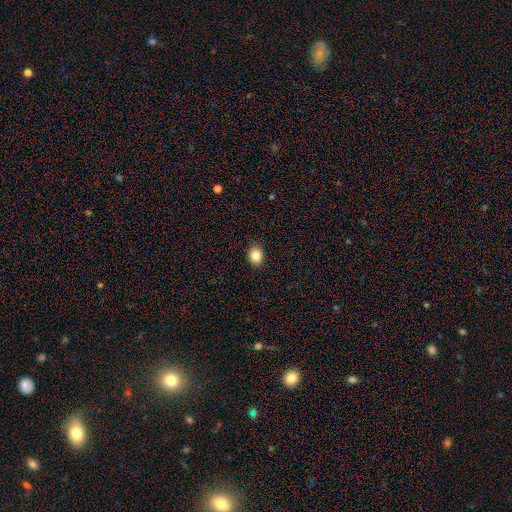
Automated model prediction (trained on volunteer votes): smooth-or-featured: smooth: 85% | star or artifact: 9% | featured or disk: 5%
  how-rounded: in between: 52% | round: 47% | cigar-shaped: 1%
  merging: none: 89% | minor disturbance: 9% | major disturbance: 2% | merger: 1%